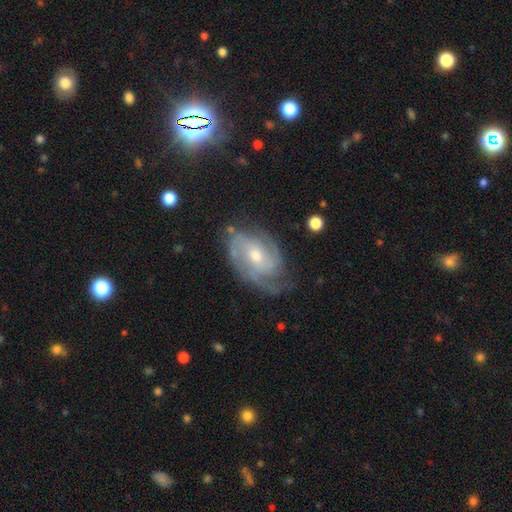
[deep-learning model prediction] Smooth or featured? Predicted: featured or disk (p=0.85). Edge-on disk? Predicted: no (p=0.97). Bar? Predicted: no (p=0.56). Spiral arms? Predicted: yes (p=0.96). Spiral winding? Predicted: tight (p=0.51). Spiral arm count? Predicted: 2 (p=0.36). Bulge size? Predicted: moderate (p=0.57). Merging? Predicted: none (p=0.65).